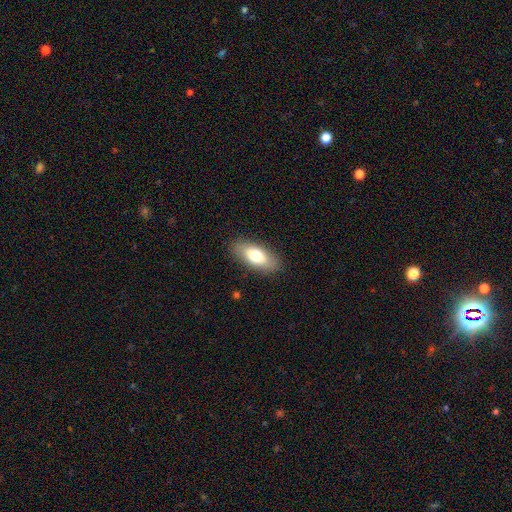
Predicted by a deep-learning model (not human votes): Morphology: type=smooth (72%); roundness=in between (83%); merging=none (86%).